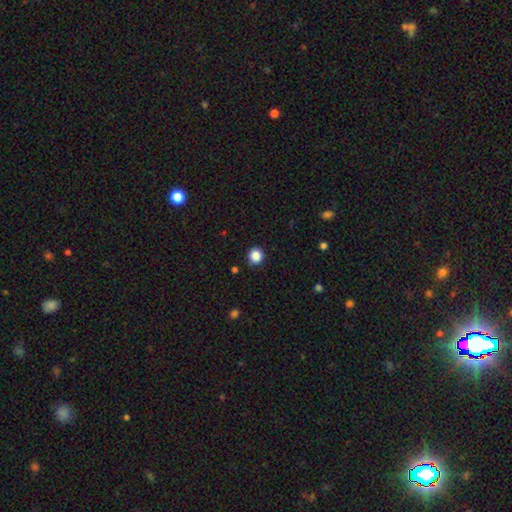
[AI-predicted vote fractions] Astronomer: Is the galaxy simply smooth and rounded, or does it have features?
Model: smooth — 86%.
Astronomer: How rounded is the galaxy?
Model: round — 92%.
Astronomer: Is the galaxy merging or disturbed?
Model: none — 91%.